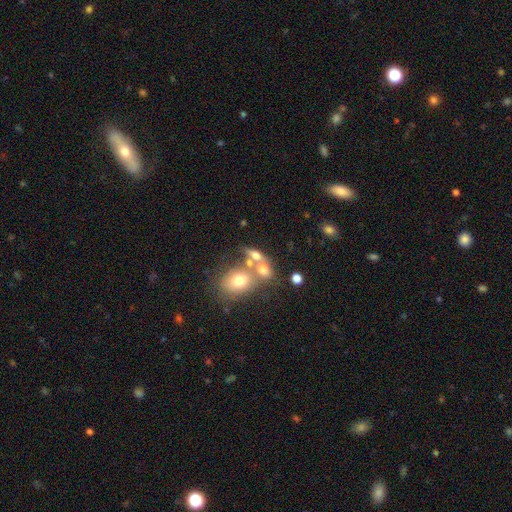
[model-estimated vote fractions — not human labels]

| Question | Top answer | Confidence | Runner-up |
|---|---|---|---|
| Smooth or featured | smooth | 56% | featured or disk (30%) |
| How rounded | in between | 58% | round (26%) |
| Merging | merger | 44% | none (36%) |